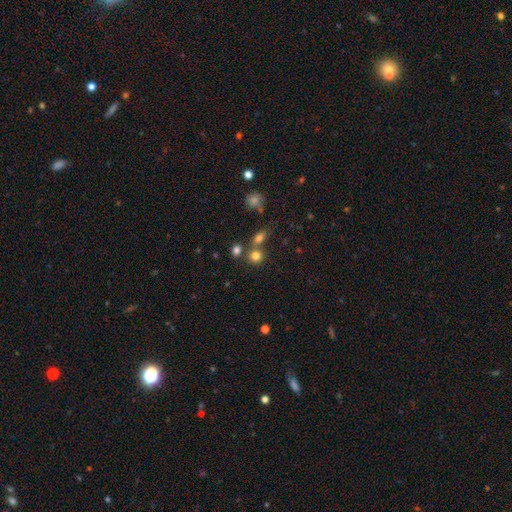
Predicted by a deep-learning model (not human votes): Smooth or featured? smooth (78%)
How rounded? round (81%)
Merging? none (60%)